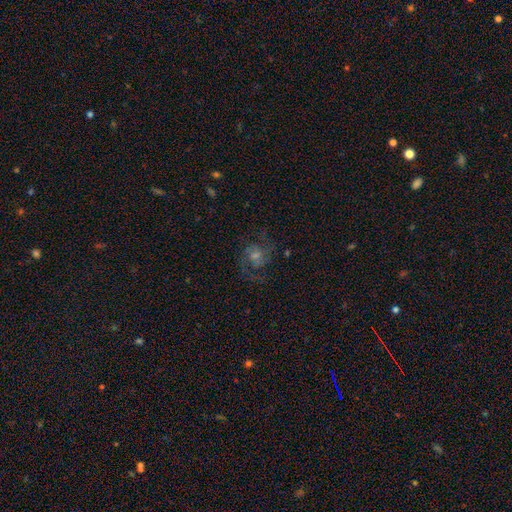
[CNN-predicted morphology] This appears to be a featured or disk galaxy (77%) with no bar (63%), 2 (77%) medium (56%) spiral arms (95%) and a moderate central bulge (44%). Merging: none (74%).